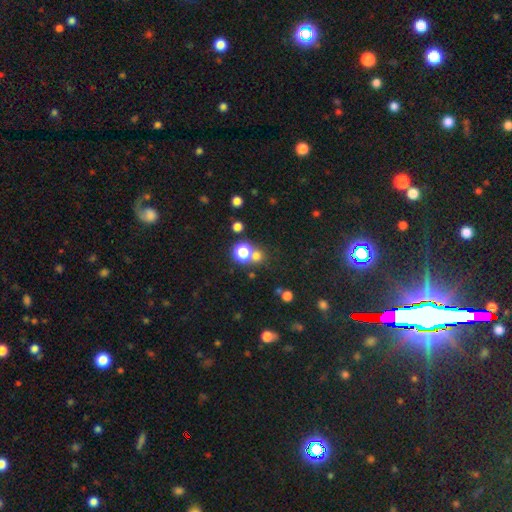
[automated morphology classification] type=smooth (66%); roundness=round (88%); merging=none (66%).